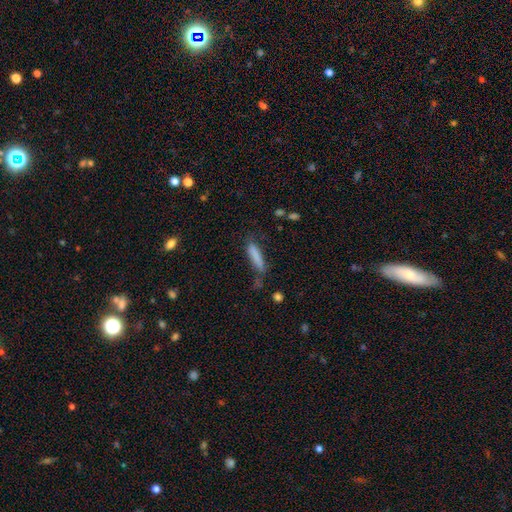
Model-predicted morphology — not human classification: smooth-or-featured: smooth: 81% | featured or disk: 11% | star or artifact: 8%
  how-rounded: cigar-shaped: 81% | in between: 18% | round: 2%
  merging: none: 62% | minor disturbance: 24% | major disturbance: 10% | merger: 4%